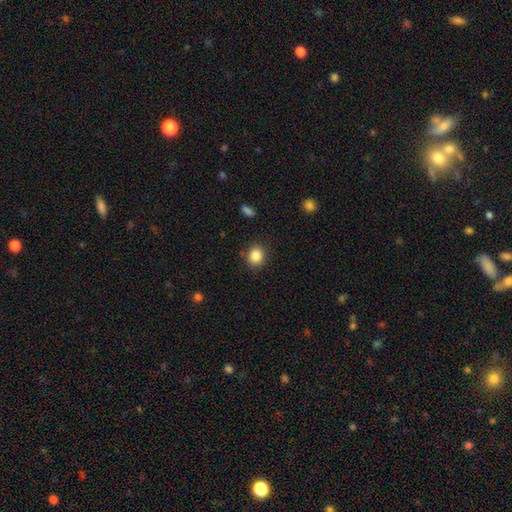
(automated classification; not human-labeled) Smooth or featured: smooth — 86% (star or artifact — 10%)
How rounded: round — 74% (in between — 25%)
Merging: none — 87% (minor disturbance — 8%)